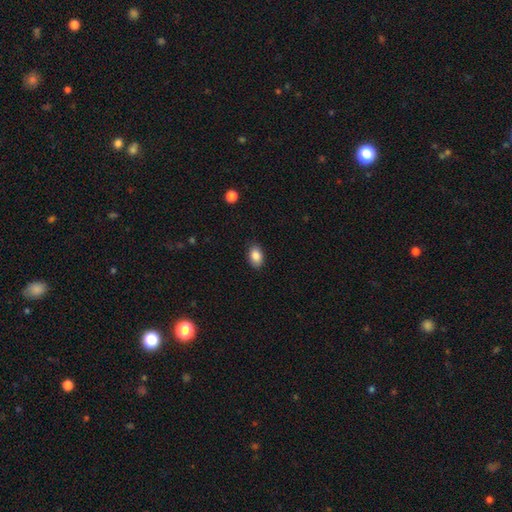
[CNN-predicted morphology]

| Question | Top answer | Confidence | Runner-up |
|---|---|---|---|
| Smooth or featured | smooth | 87% | star or artifact (8%) |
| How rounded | in between | 86% | round (12%) |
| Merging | none | 85% | minor disturbance (11%) |